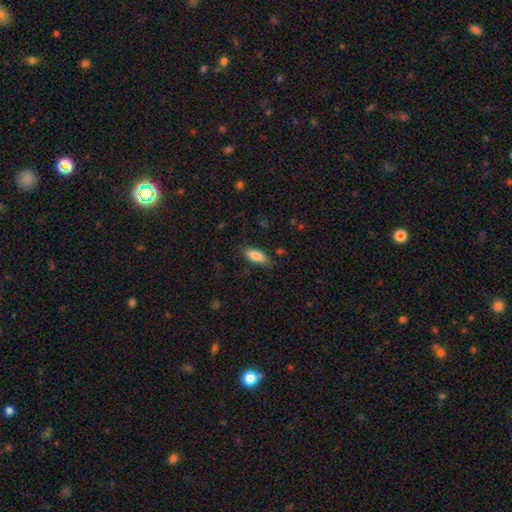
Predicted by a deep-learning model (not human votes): smooth-or-featured: smooth: 84% | featured or disk: 9% | star or artifact: 7%
  how-rounded: in between: 77% | cigar-shaped: 22% | round: 2%
  merging: none: 79% | minor disturbance: 16% | major disturbance: 4% | merger: 1%